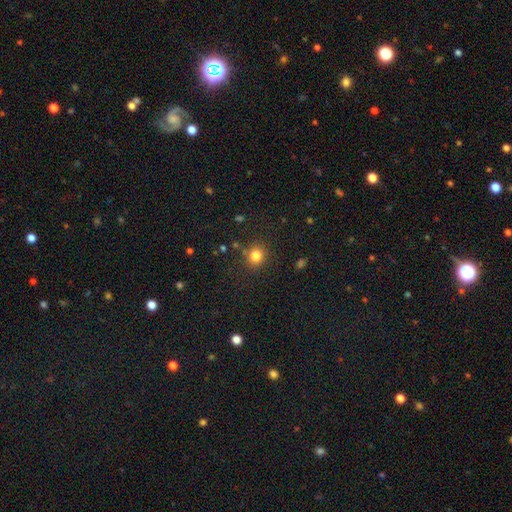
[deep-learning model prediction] A smooth galaxy with no disk features (81%) that is round (84%).

Vote fractions:
- Smooth or featured? smooth: 81% / star or artifact: 13% / featured or disk: 6%
- How rounded? round: 84% / in between: 16% / cigar-shaped: 1%
- Merging? none: 83% / minor disturbance: 10% / major disturbance: 4% / merger: 4%